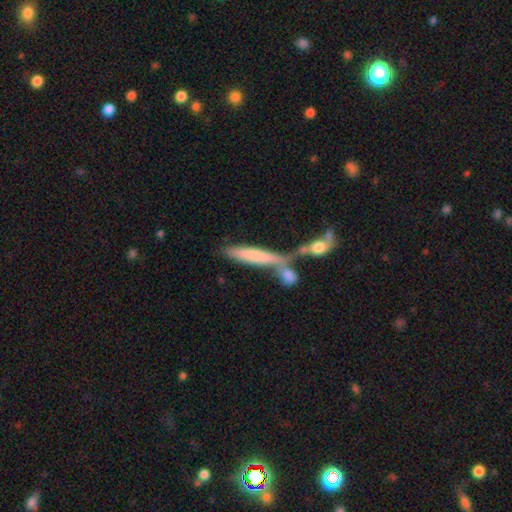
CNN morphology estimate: Smooth or featured?
  - smooth: 61% *
  - featured or disk: 31%
  - star or artifact: 8%
How rounded?
  - cigar-shaped: 83% *
  - in between: 14%
  - round: 2%
Merging?
  - merger: 45% *
  - none: 37%
  - minor disturbance: 12%
  - major disturbance: 7%